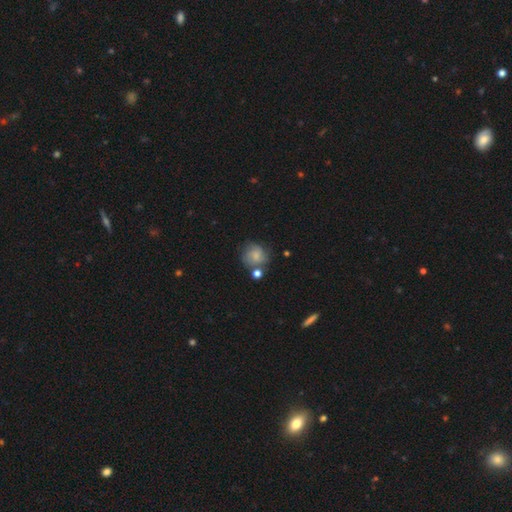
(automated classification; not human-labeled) The model was most divided on "merging": none: 58%, minor disturbance: 20%, merger: 13%, major disturbance: 8%. More confident: how rounded — round (84%); smooth or featured — smooth (67%).